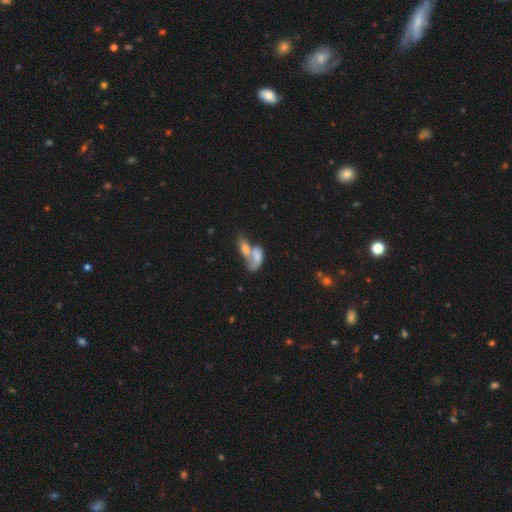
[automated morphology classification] This appears to be a smooth galaxy with no disk features (67%) that is in between round and cigar-shaped (86%). Merging: merger (72%).